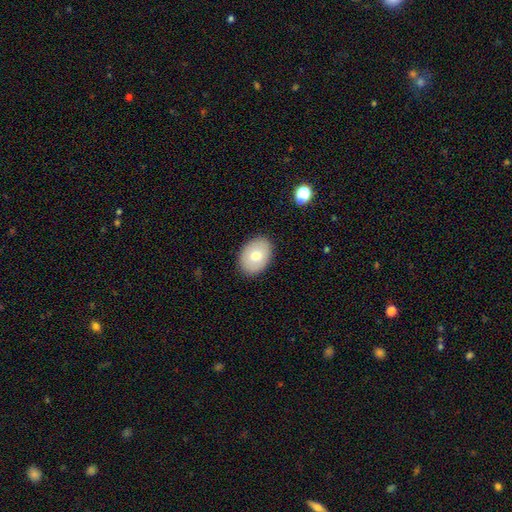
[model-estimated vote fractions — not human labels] Q: Smooth or featured?
A: smooth (76%); runner-up: featured or disk (17%)
Q: How rounded?
A: in between (79%); runner-up: round (20%)
Q: Merging?
A: none (88%); runner-up: minor disturbance (9%)